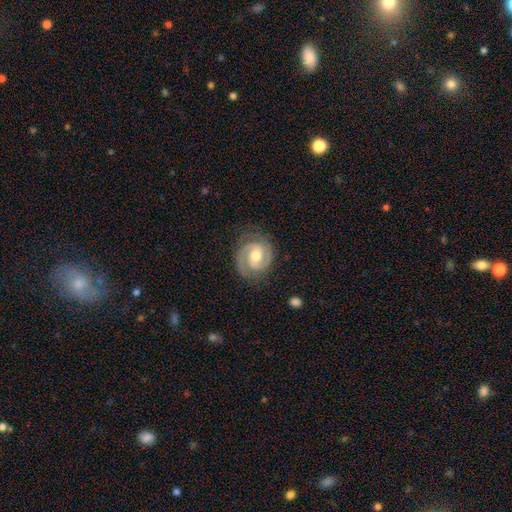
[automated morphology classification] smooth-or-featured: featured or disk: 86% | smooth: 9% | star or artifact: 5%
  disk-edge-on: no: 98% | yes: 2%
    bar: weak: 46% | no: 39% | strong: 15%
    has-spiral-arms: yes: 97% | no: 3%
      spiral-winding: tight: 51% | medium: 42% | loose: 8%
      spiral-arm-count: 2: 89% | can't tell: 4% | 1: 3% | 3: 2% | 4: 1% | more than 4: 1%
    bulge-size: moderate: 72% | small: 20% | large: 6% | none: 1% | dominant: 1%
  merging: none: 80% | minor disturbance: 14% | major disturbance: 5% | merger: 1%